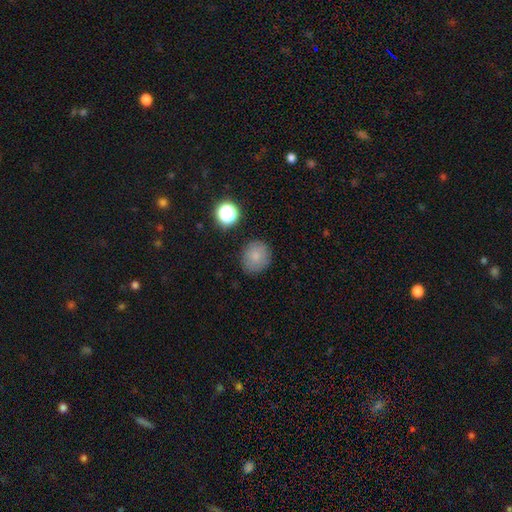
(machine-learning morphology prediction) Overall: smooth (79%). How rounded: round (82%). Merging: none (84%).